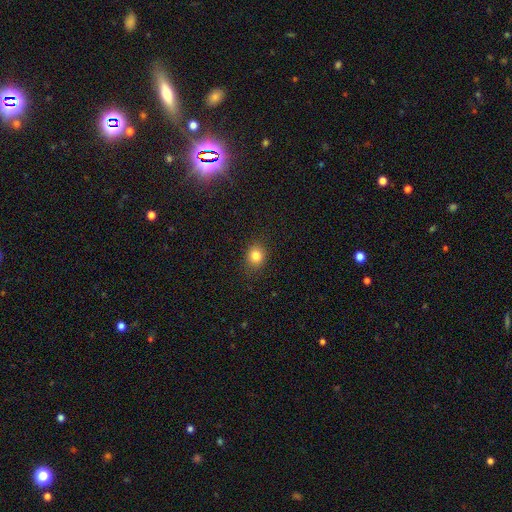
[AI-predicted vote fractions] This appears to be a smooth galaxy with no disk features (82%) that is round (71%). Merging: none (87%).